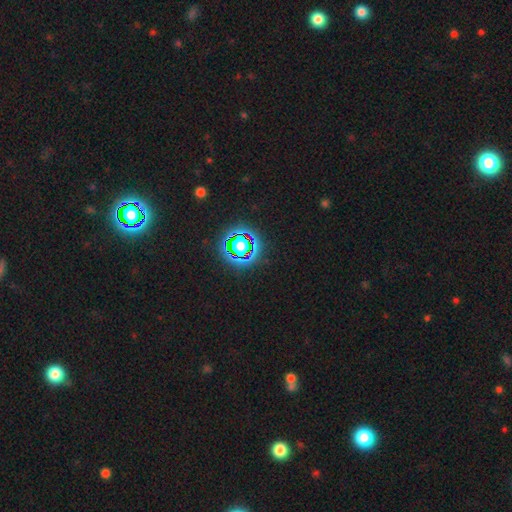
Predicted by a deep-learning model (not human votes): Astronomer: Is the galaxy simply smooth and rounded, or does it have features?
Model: star or artifact — 78%.